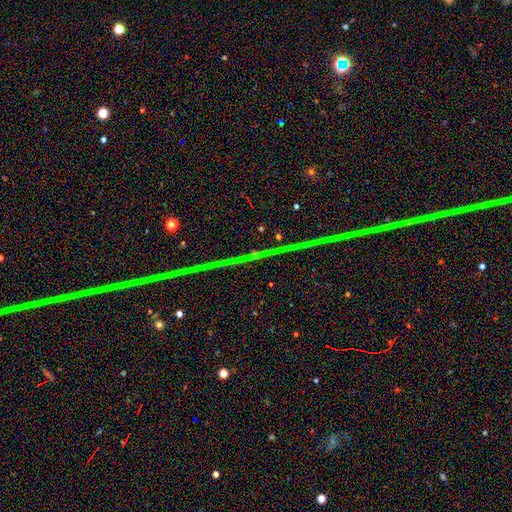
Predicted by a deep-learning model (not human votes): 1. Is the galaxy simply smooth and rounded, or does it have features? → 88% star or artifact, 7% featured or disk, 5% smooth.